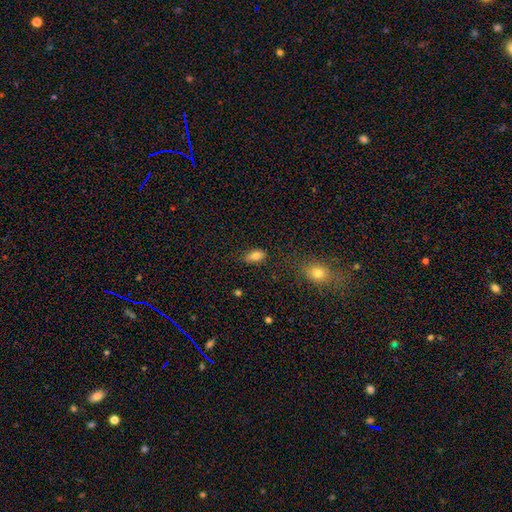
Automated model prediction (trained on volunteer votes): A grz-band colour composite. It shows a smooth galaxy with no disk features (82%) that is in between round and cigar-shaped (88%). Merging: none (78%).